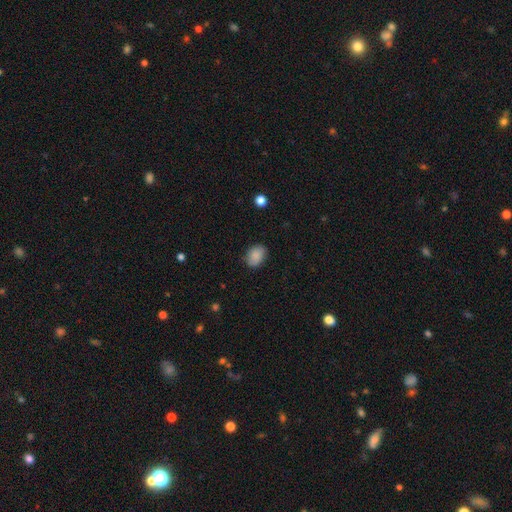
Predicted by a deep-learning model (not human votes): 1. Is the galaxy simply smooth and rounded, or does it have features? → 84% smooth, 8% featured or disk, 8% star or artifact.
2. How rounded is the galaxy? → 71% in between, 28% round, 1% cigar-shaped.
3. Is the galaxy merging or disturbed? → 80% none, 15% minor disturbance, 3% major disturbance, 1% merger.